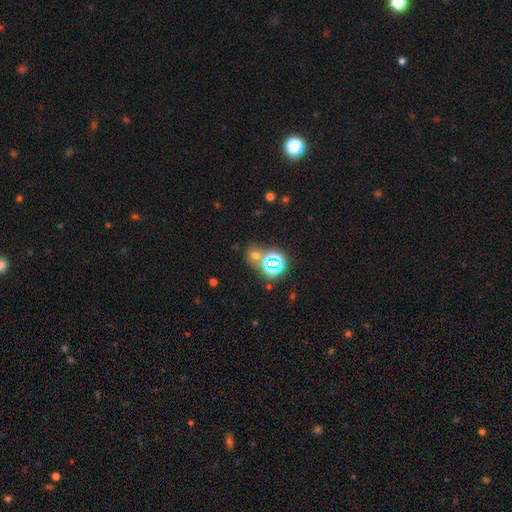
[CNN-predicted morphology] A smooth galaxy with no disk features (49%). Merging: none (62%).